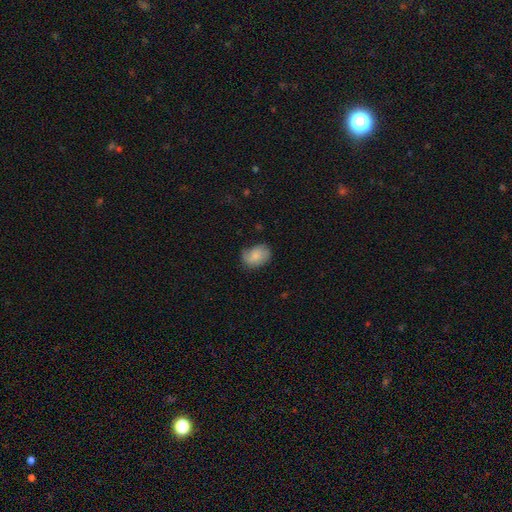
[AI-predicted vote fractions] A smooth galaxy with no disk features (74%) that is in between round and cigar-shaped (71%). Merging: none (64%).